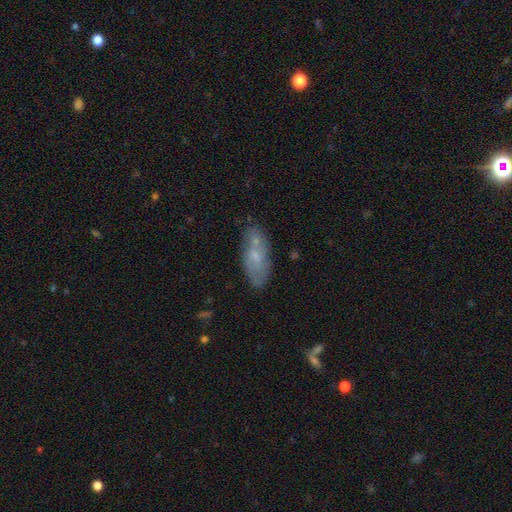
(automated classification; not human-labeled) A smooth galaxy with no disk features (57%) that is in between round and cigar-shaped (74%). Merging: none (63%).